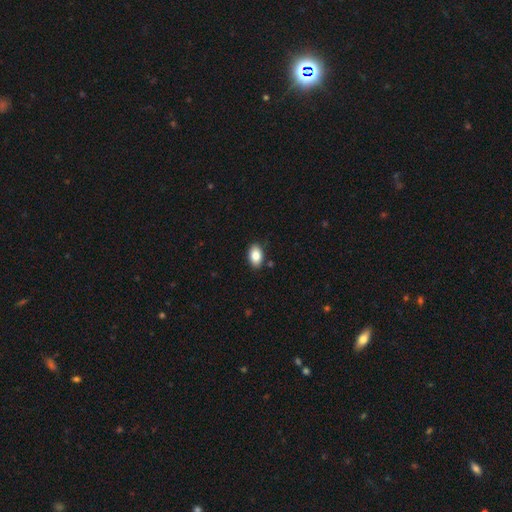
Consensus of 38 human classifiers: Smooth or featured? smooth (95%)
How rounded? in between (100%)
Merging? none (92%)